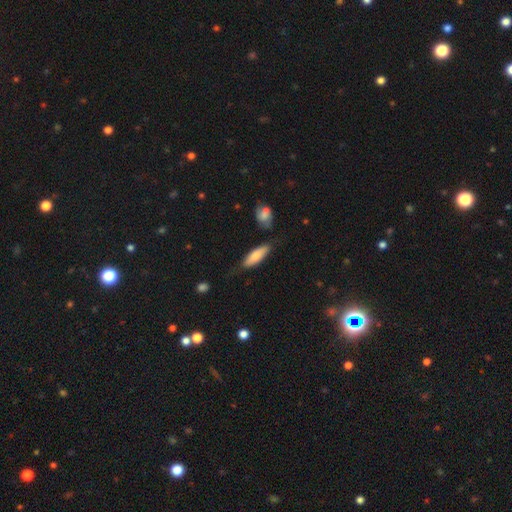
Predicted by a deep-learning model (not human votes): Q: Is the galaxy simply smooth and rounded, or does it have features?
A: smooth — 76%.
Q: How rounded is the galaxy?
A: in between — 54%.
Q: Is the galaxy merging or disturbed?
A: none — 68%.